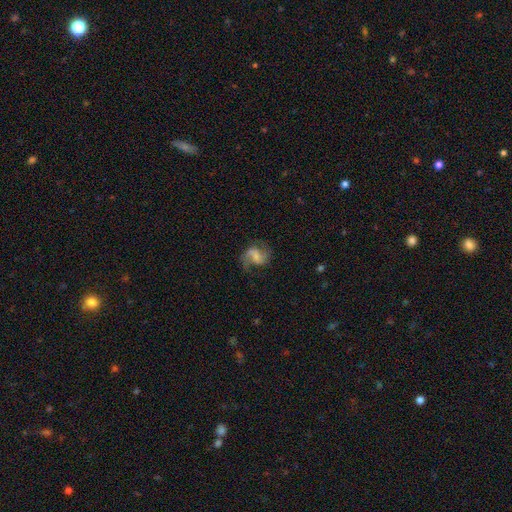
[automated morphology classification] Q: Smooth or featured?
A: featured or disk (77%); runner-up: smooth (16%)
Q: Edge-on disk?
A: no (98%); runner-up: yes (2%)
Q: Bar?
A: weak (49%); runner-up: no (30%)
Q: Spiral arms?
A: yes (95%); runner-up: no (5%)
Q: Spiral winding?
A: medium (47%); runner-up: loose (42%)
Q: Spiral arm count?
A: 2 (89%); runner-up: 1 (4%)
Q: Bulge size?
A: small (39%); runner-up: none (27%)
Q: Merging?
A: none (69%); runner-up: minor disturbance (17%)